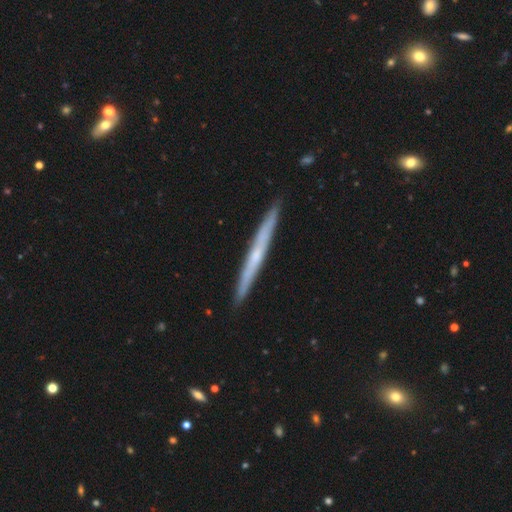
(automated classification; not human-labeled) Q: Smooth or featured?
A: featured or disk (61%); runner-up: smooth (34%)
Q: Edge-on disk?
A: yes (96%); runner-up: no (4%)
Q: Edge-on bulge?
A: none (63%); runner-up: rounded (33%)
Q: Merging?
A: none (91%); runner-up: minor disturbance (6%)